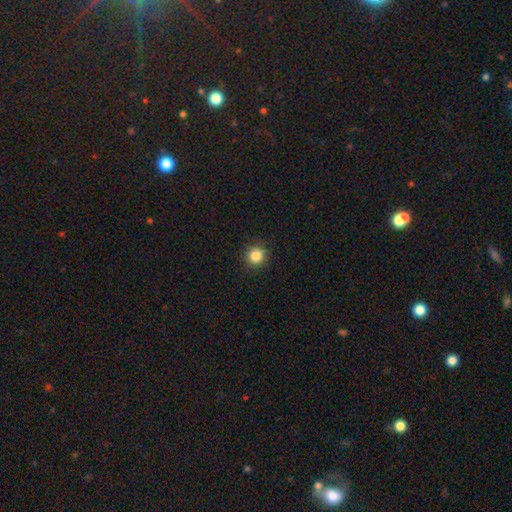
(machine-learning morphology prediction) This appears to be a smooth galaxy with no disk features (84%) that is round (92%). Merging: none (90%).